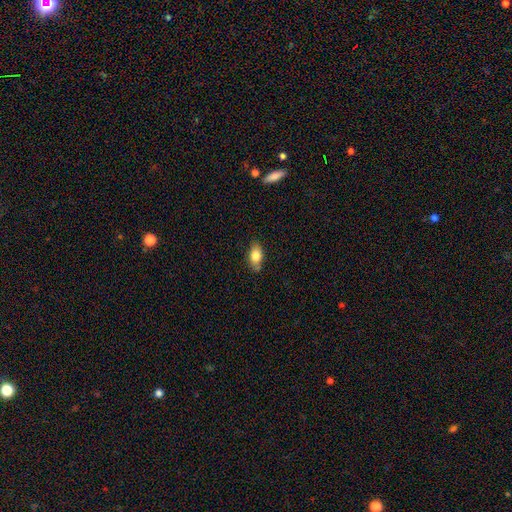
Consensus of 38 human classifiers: smooth-or-featured: smooth: 87% | star or artifact: 8% | featured or disk: 5%
  how-rounded: in between: 73% | cigar-shaped: 15% | round: 12%
  merging: none: 51% | minor disturbance: 46% | merger: 3% | major disturbance: 0%